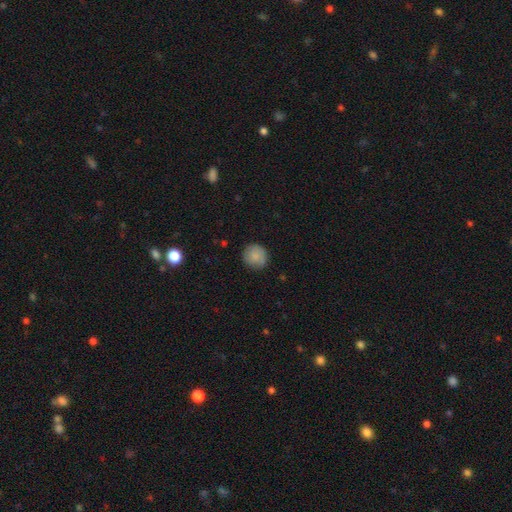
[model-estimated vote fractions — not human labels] The model was most divided on "merging": none: 84%, minor disturbance: 13%, major disturbance: 3%, merger: 1%. More confident: how rounded — round (91%); smooth or featured — smooth (84%).